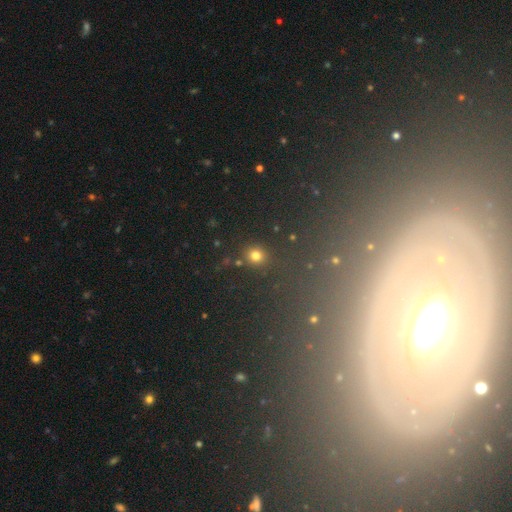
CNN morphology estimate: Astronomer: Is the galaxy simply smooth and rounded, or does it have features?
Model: smooth — 76%.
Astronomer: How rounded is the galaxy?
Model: round — 89%.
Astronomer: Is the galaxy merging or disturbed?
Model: none — 83%.